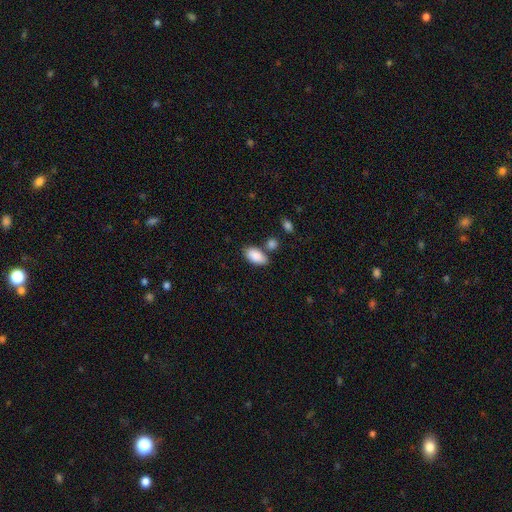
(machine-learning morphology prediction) This appears to be a smooth galaxy with no disk features (87%) that is in between round and cigar-shaped (93%). Merging: none (70%).